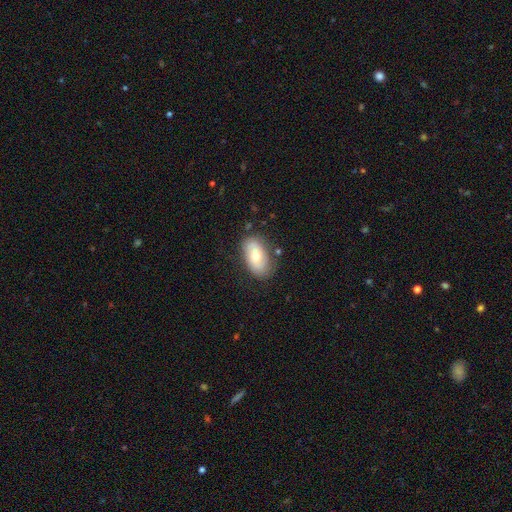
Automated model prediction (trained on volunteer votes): Q: Smooth or featured?
A: smooth (58%); runner-up: featured or disk (35%)
Q: How rounded?
A: in between (92%); runner-up: round (6%)
Q: Merging?
A: none (77%); runner-up: minor disturbance (16%)